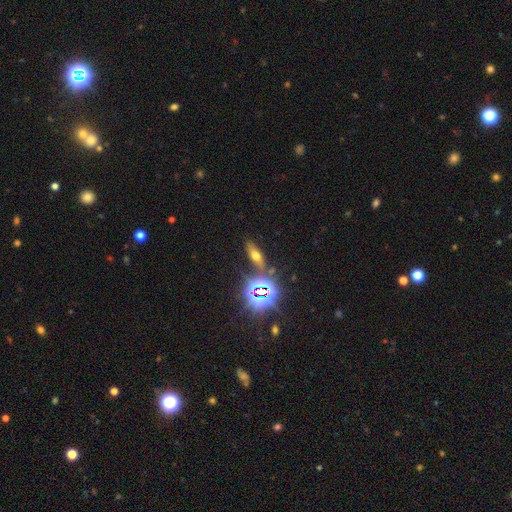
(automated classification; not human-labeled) This appears to be a smooth galaxy with no disk features (40%). Merging: none (77%).